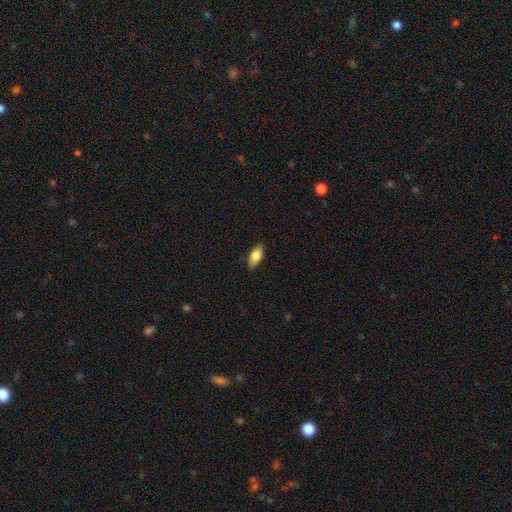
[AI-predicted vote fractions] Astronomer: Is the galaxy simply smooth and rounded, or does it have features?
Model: smooth — 79%.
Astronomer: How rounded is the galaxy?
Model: in between — 87%.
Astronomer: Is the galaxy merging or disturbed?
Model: none — 85%.